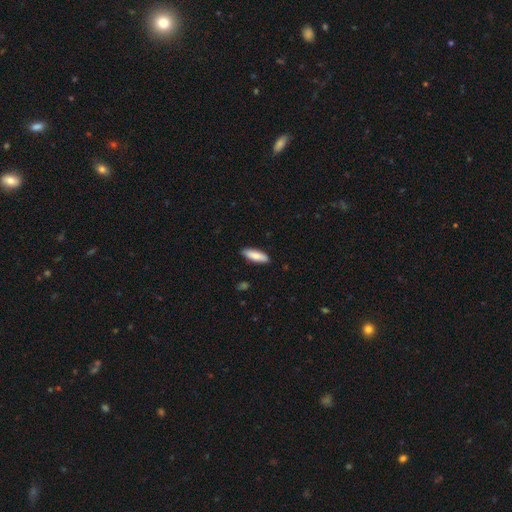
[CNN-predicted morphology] This appears to be a smooth galaxy with no disk features (86%) that is in between round and cigar-shaped (53%). Merging: none (89%).